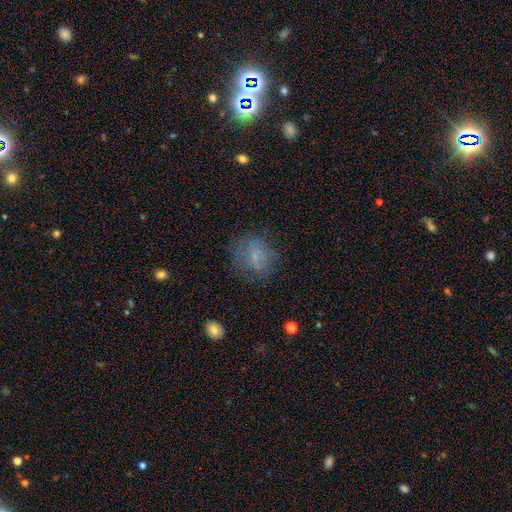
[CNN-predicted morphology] Smooth or featured? smooth (58%)
How rounded? round (71%)
Merging? none (62%)